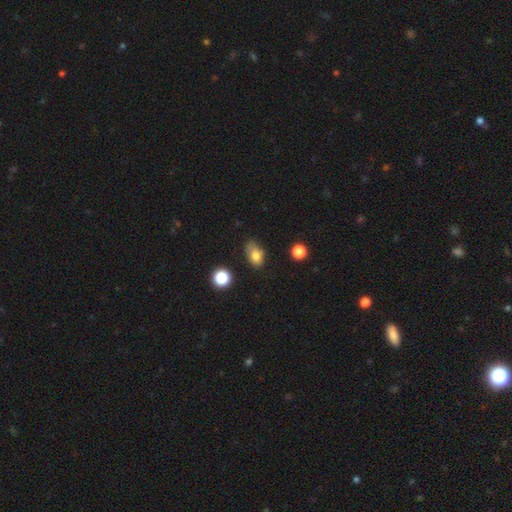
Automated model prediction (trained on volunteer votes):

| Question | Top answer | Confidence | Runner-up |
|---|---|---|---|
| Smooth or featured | smooth | 78% | featured or disk (11%) |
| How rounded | in between | 80% | round (18%) |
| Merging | none | 51% | minor disturbance (35%) |